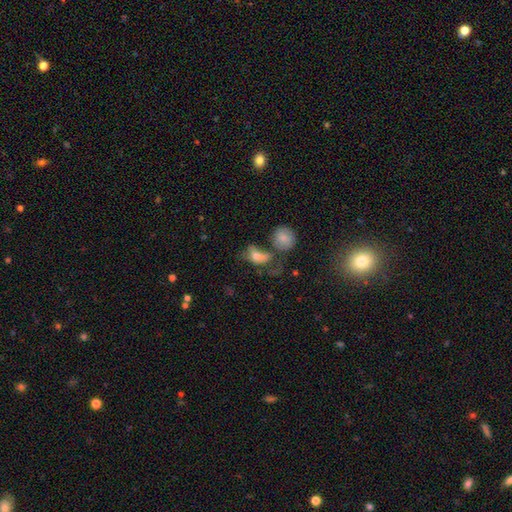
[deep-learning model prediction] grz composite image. It shows a smooth galaxy with no disk features (61%) that is in between round and cigar-shaped (74%). Merging: merger (32%).